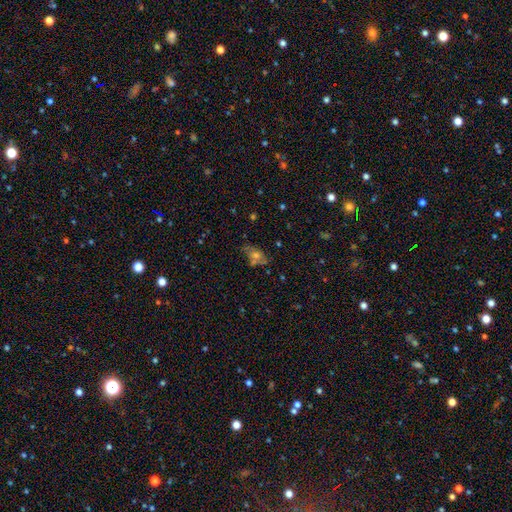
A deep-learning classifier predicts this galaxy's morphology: A smooth galaxy with no disk features (45%).

Vote fractions:
- Smooth or featured? smooth: 45% / featured or disk: 30% / star or artifact: 25%
- Merging? none: 59% / minor disturbance: 21% / major disturbance: 10% / merger: 9%